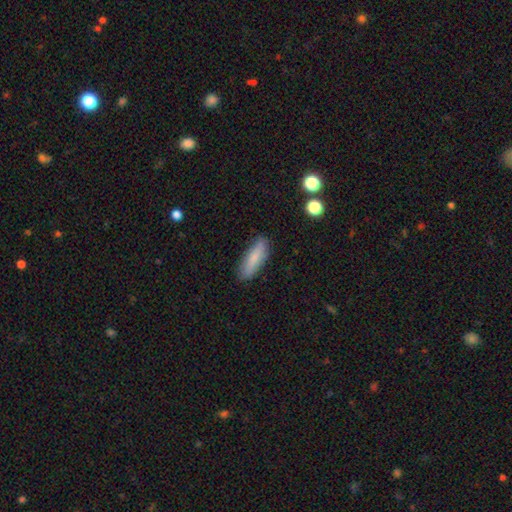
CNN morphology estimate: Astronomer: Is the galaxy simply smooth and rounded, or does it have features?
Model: smooth — 80%.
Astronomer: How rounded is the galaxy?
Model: cigar-shaped — 54% (runner-up: in between, 44%).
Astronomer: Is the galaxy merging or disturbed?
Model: none — 85%.